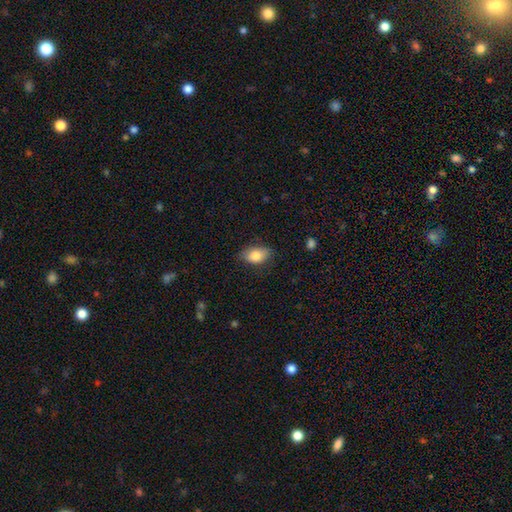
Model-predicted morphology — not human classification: Smooth or featured: smooth — 83% (featured or disk — 10%)
How rounded: in between — 88% (round — 10%)
Merging: none — 77% (minor disturbance — 18%)